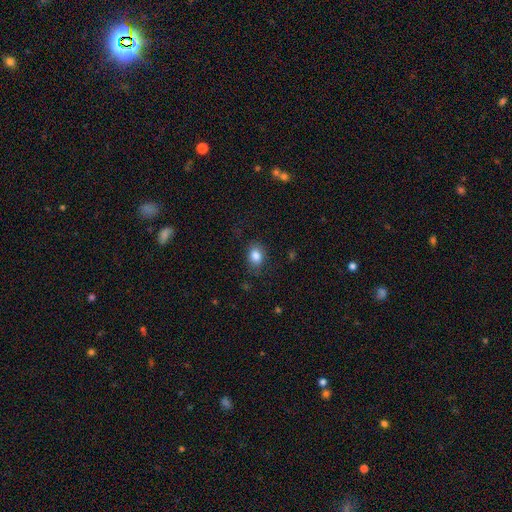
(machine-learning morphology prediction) Smooth or featured: smooth — 84% (star or artifact — 9%)
How rounded: in between — 66% (round — 33%)
Merging: none — 78% (minor disturbance — 16%)